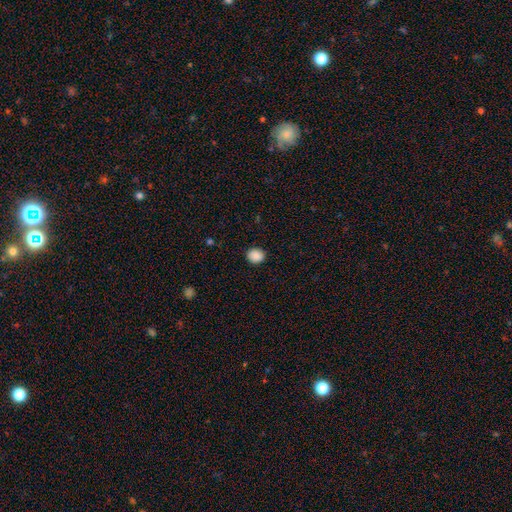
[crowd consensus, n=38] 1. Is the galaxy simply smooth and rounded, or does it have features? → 95% smooth, 5% star or artifact, 0% featured or disk.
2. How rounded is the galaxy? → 89% round, 11% in between, 0% cigar-shaped.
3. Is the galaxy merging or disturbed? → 89% none, 6% minor disturbance, 6% major disturbance, 0% merger.